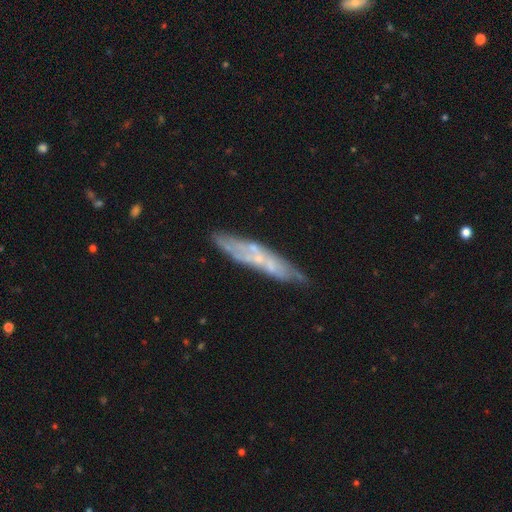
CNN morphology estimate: Smooth or featured? Predicted: featured or disk (p=0.59). Edge-on disk? Predicted: yes (p=0.51). Merging? Predicted: none (p=0.67).